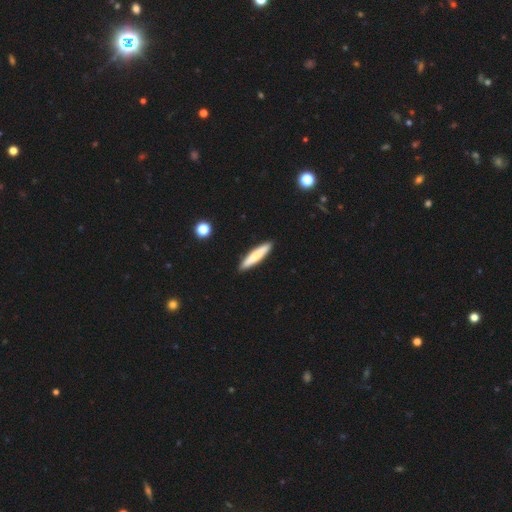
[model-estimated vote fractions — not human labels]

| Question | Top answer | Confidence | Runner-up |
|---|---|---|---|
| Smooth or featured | smooth | 70% | featured or disk (25%) |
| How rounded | cigar-shaped | 87% | in between (12%) |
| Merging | none | 91% | minor disturbance (7%) |